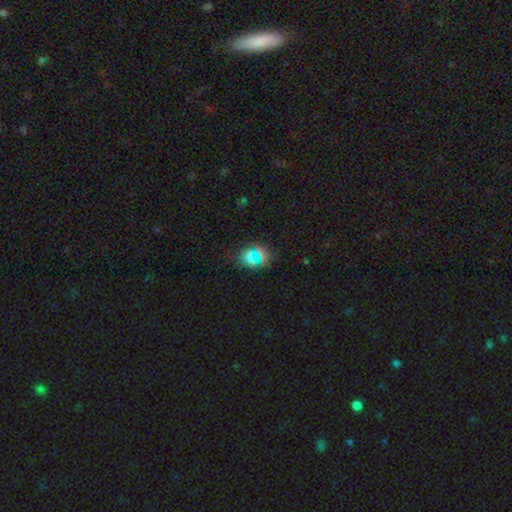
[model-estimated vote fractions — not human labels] The model was most divided on "smooth or featured": smooth: 53%, star or artifact: 35%, featured or disk: 11%. More confident: merging — none (79%); how rounded — round (68%).